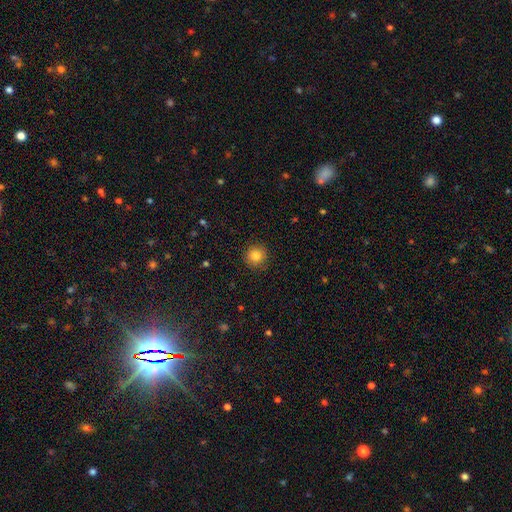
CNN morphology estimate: Smooth or featured? Predicted: smooth (p=0.83). How rounded? Predicted: round (p=0.93). Merging? Predicted: none (p=0.88).